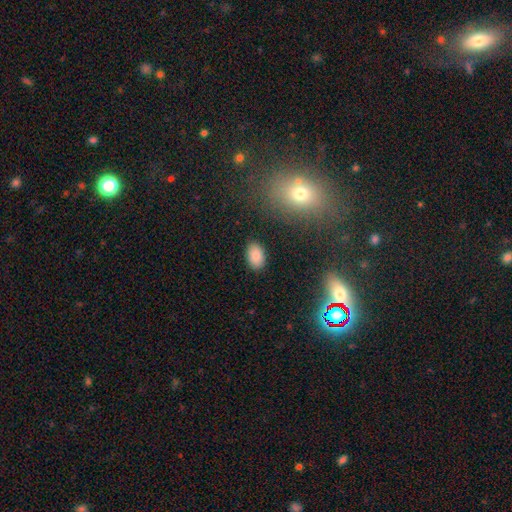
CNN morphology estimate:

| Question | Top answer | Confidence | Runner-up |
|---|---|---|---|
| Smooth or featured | smooth | 86% | star or artifact (9%) |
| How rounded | in between | 91% | round (7%) |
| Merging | none | 86% | minor disturbance (10%) |